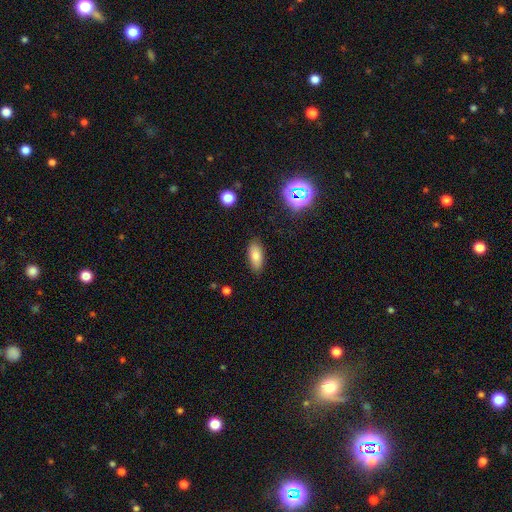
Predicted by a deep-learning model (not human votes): A smooth galaxy with no disk features (82%) that is in between round and cigar-shaped (83%). Merging: none (86%).